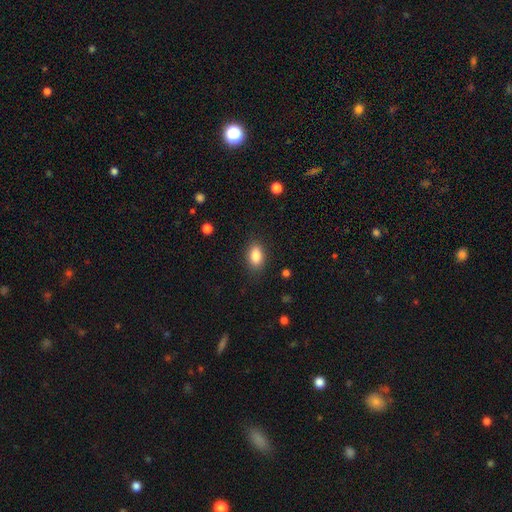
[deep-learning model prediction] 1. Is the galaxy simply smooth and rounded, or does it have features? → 87% smooth, 8% star or artifact, 6% featured or disk.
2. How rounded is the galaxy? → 88% in between, 10% round, 2% cigar-shaped.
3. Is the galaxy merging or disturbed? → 85% none, 11% minor disturbance, 3% major disturbance, 1% merger.